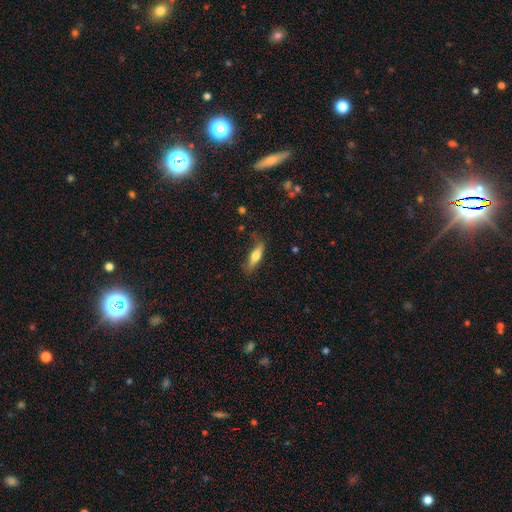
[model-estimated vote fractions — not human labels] Smooth or featured: smooth — 62% (featured or disk — 31%)
How rounded: cigar-shaped — 60% (in between — 38%)
Merging: none — 73% (minor disturbance — 20%)